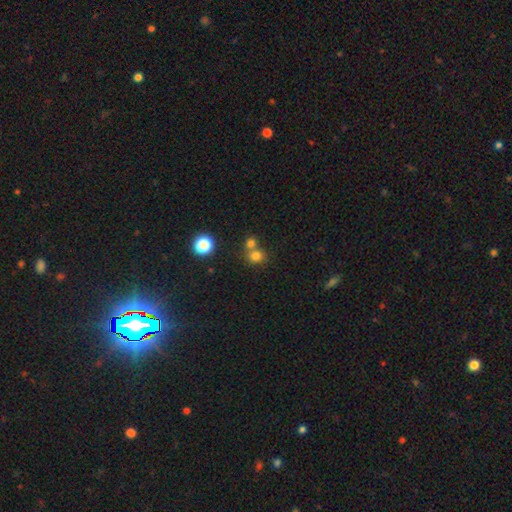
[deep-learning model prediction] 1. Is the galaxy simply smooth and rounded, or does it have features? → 76% smooth, 16% star or artifact, 8% featured or disk.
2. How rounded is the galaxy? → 79% round, 20% in between, 1% cigar-shaped.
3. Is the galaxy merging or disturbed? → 50% none, 40% merger, 7% minor disturbance, 3% major disturbance.